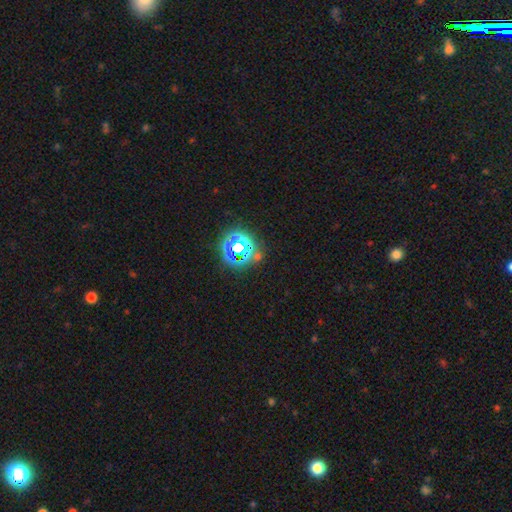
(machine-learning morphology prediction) Smooth or featured?
  - star or artifact: 67% *
  - smooth: 23%
  - featured or disk: 9%